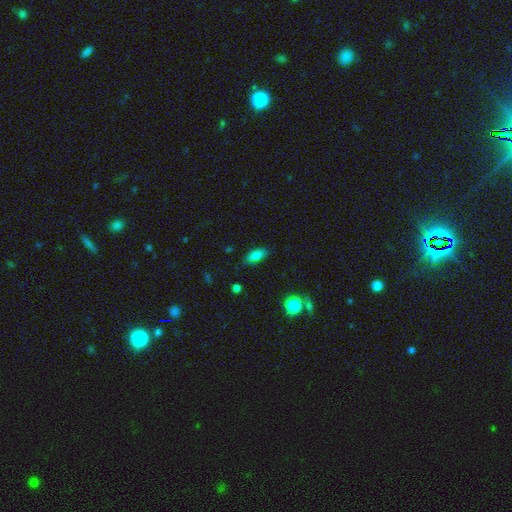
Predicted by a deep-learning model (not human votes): Smooth or featured? Predicted: smooth (p=0.78). How rounded? Predicted: in between (p=0.82). Merging? Predicted: none (p=0.77).